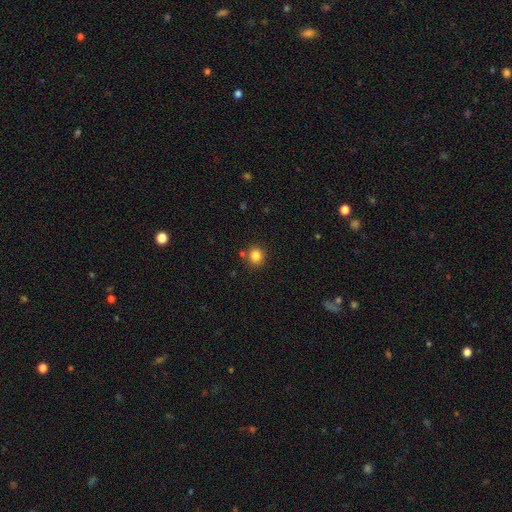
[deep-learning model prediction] Q: Smooth or featured?
A: smooth (83%); runner-up: star or artifact (11%)
Q: How rounded?
A: round (86%); runner-up: in between (13%)
Q: Merging?
A: none (83%); runner-up: minor disturbance (9%)